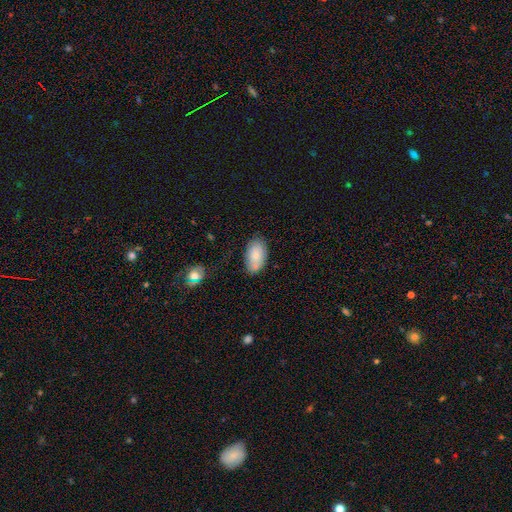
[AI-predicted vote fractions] A smooth galaxy with no disk features (77%) that is in between round and cigar-shaped (94%). Merging: none (69%).